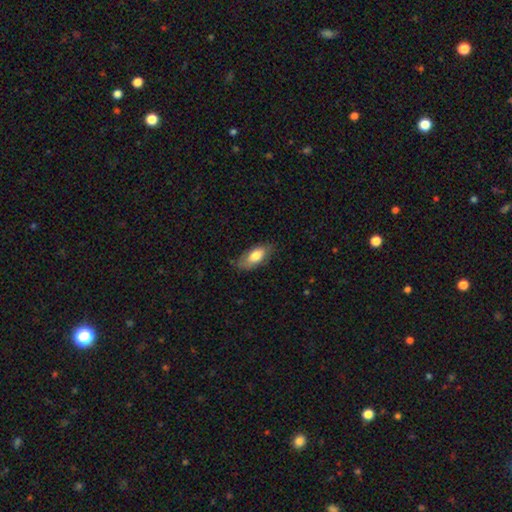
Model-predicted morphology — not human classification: smooth_or_featured: smooth (p=0.76) [alt: featured or disk p=0.18]
how_rounded: in between (p=0.87) [alt: cigar-shaped p=0.10]
merging: none (p=0.72) [alt: minor disturbance p=0.22]